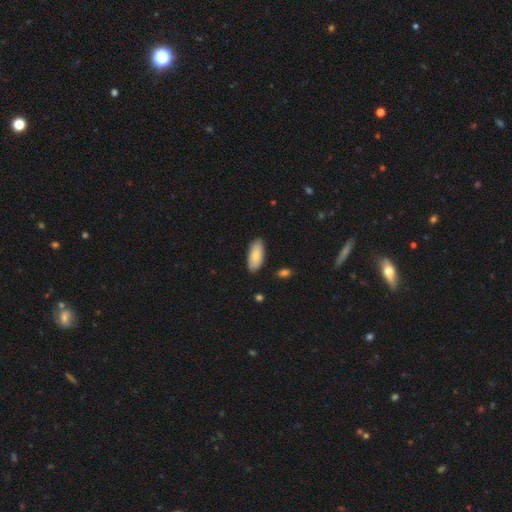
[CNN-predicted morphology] Smooth or featured: smooth — 79% (featured or disk — 15%)
How rounded: in between — 87% (cigar-shaped — 11%)
Merging: none — 84% (minor disturbance — 13%)